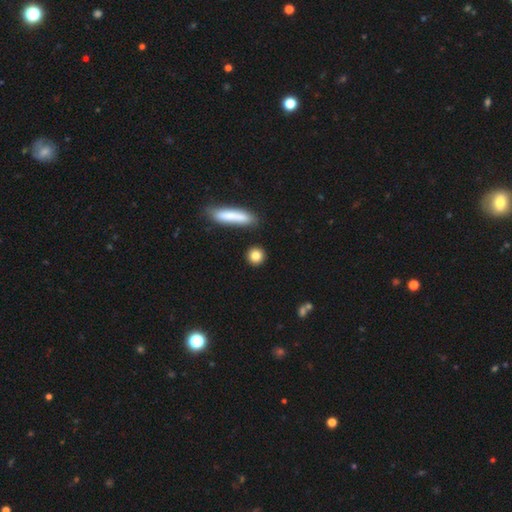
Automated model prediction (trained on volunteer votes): Smooth or featured: smooth — 84% (star or artifact — 8%)
How rounded: round — 83% (in between — 12%)
Merging: none — 88% (minor disturbance — 7%)